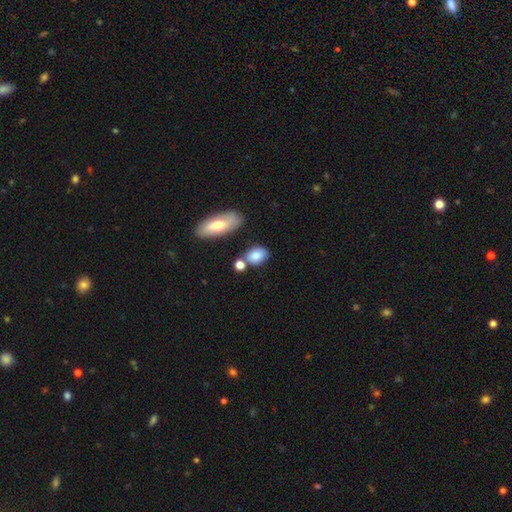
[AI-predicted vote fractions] A smooth galaxy with no disk features (82%) that is in between round and cigar-shaped (66%).

Vote fractions:
- Smooth or featured? smooth: 82% / featured or disk: 10% / star or artifact: 8%
- How rounded? in between: 66% / round: 31% / cigar-shaped: 3%
- Merging? none: 63% / minor disturbance: 18% / merger: 14% / major disturbance: 5%